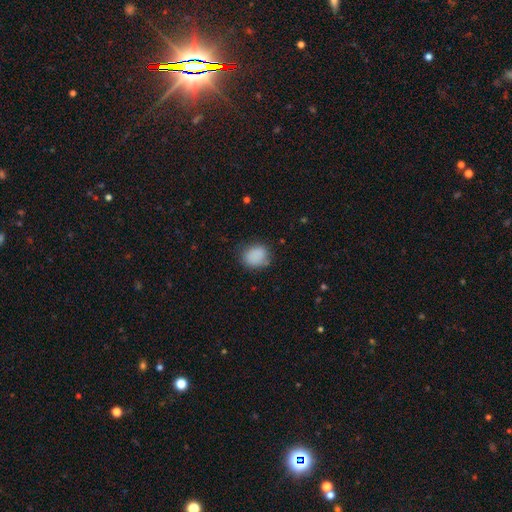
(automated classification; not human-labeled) Q: Smooth or featured?
A: smooth (86%); runner-up: star or artifact (9%)
Q: How rounded?
A: round (59%); runner-up: in between (40%)
Q: Merging?
A: none (75%); runner-up: minor disturbance (18%)